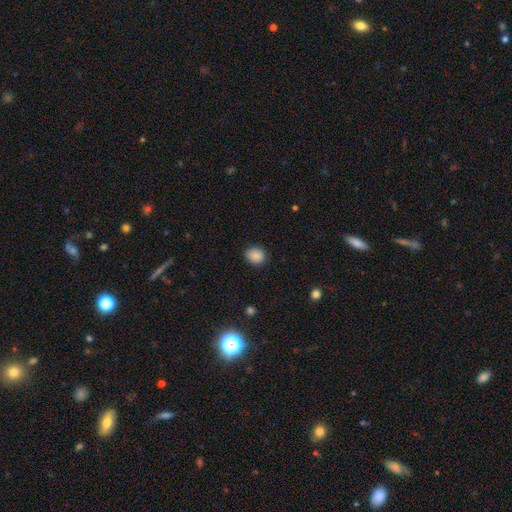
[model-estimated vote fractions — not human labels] smooth-or-featured: smooth: 87% | star or artifact: 10% | featured or disk: 4%
  how-rounded: round: 75% | in between: 24% | cigar-shaped: 1%
  merging: none: 86% | minor disturbance: 11% | major disturbance: 2% | merger: 1%